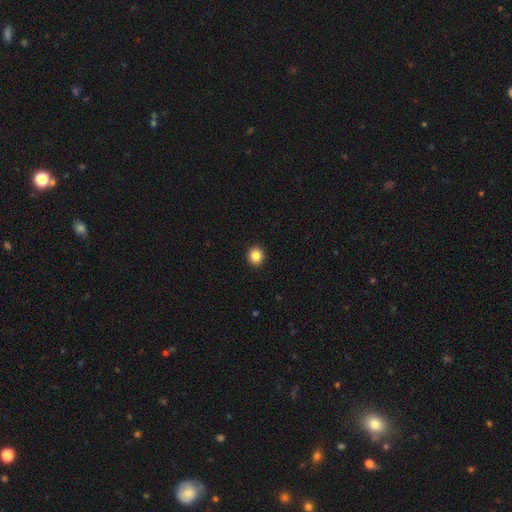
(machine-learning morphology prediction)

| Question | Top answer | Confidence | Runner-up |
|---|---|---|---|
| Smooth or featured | smooth | 86% | star or artifact (10%) |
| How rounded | round | 89% | in between (10%) |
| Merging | none | 93% | minor disturbance (4%) |